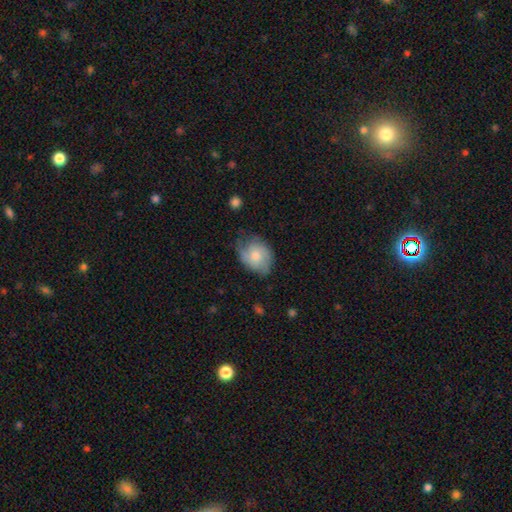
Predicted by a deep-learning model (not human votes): Smooth or featured? Predicted: smooth (p=0.53). How rounded? Predicted: in between (p=0.59). Merging? Predicted: none (p=0.56).